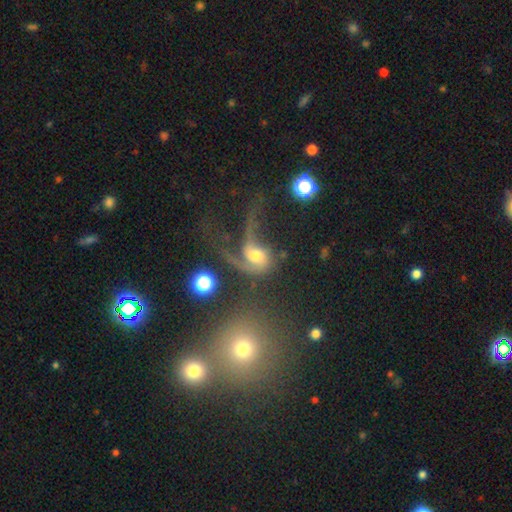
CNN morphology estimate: Smooth or featured?
  - featured or disk: 63% *
  - smooth: 24%
  - star or artifact: 13%
Edge-on disk?
  - no: 96% *
  - yes: 4%
Bar?
  - no: 67% *
  - weak: 25%
  - strong: 7%
Spiral arms?
  - yes: 81% *
  - no: 19%
Bulge size?
  - moderate: 56% *
  - small: 19%
  - large: 18%
  - dominant: 4%
  - none: 3%
Merging?
  - major disturbance: 48% *
  - none: 25%
  - merger: 15%
  - minor disturbance: 12%